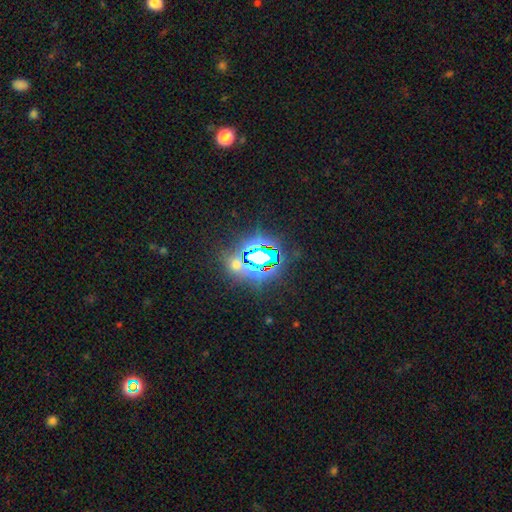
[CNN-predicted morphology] type=star or artifact (74%).